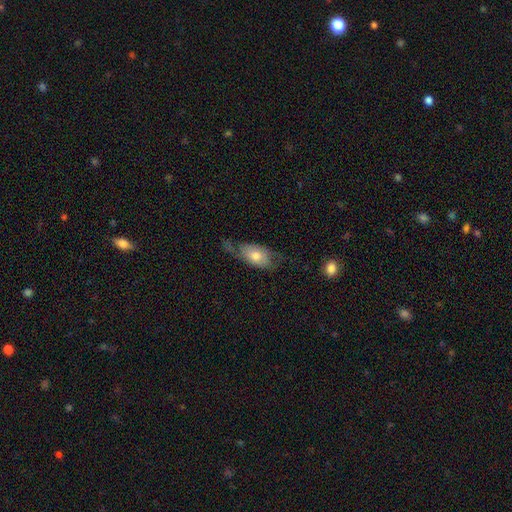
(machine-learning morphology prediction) Smooth or featured: smooth — 56% (featured or disk — 37%)
How rounded: in between — 88% (round — 7%)
Merging: none — 41% (minor disturbance — 29%)